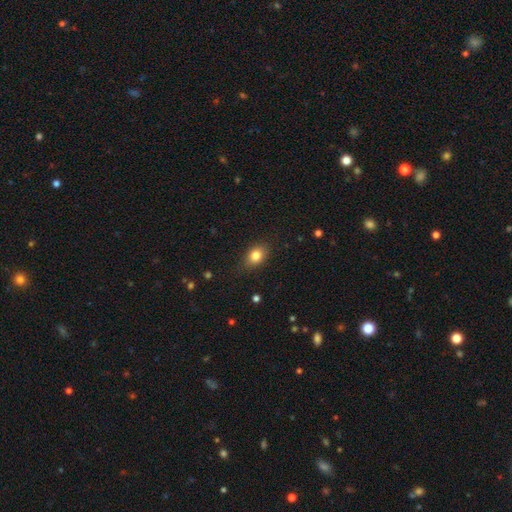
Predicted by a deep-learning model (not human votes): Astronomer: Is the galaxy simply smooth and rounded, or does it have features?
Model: smooth — 82%.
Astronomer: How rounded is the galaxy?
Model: in between — 67%.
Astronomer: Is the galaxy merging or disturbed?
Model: none — 83%.